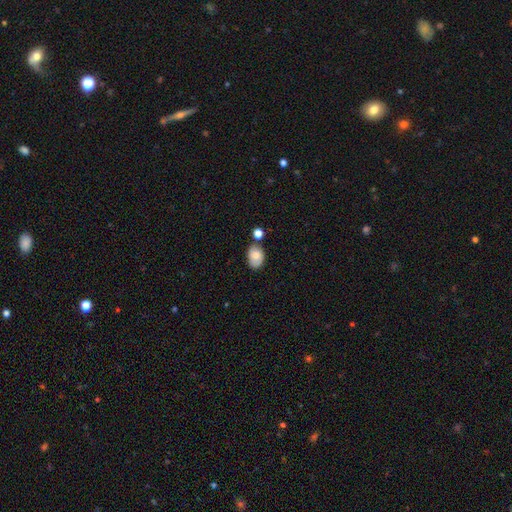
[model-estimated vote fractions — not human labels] Smooth or featured? Predicted: smooth (p=0.77). How rounded? Predicted: in between (p=0.78). Merging? Predicted: none (p=0.57).